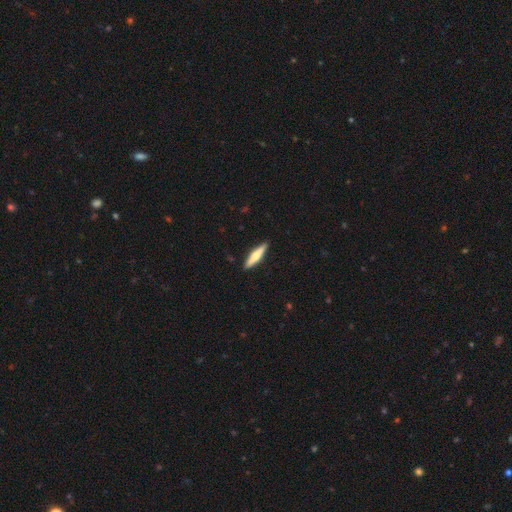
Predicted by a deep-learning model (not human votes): smooth-or-featured: smooth: 51% | featured or disk: 44% | star or artifact: 5%
  how-rounded: cigar-shaped: 84% | in between: 14% | round: 2%
  merging: none: 91% | minor disturbance: 7% | major disturbance: 1% | merger: 1%